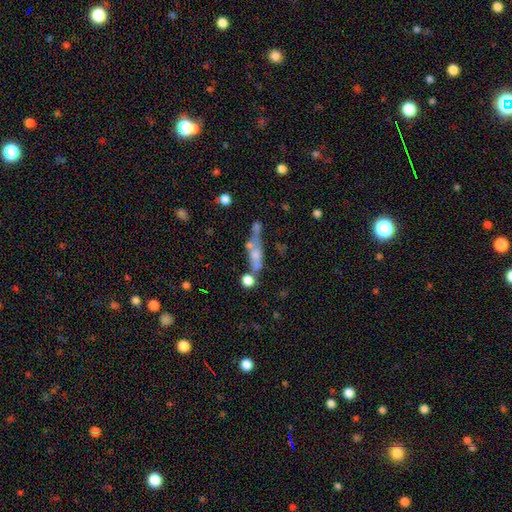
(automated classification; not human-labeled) A smooth galaxy with no disk features (48%).

Vote fractions:
- Smooth or featured? smooth: 48% / featured or disk: 39% / star or artifact: 13%
- Merging? merger: 35% / none: 33% / minor disturbance: 17% / major disturbance: 16%